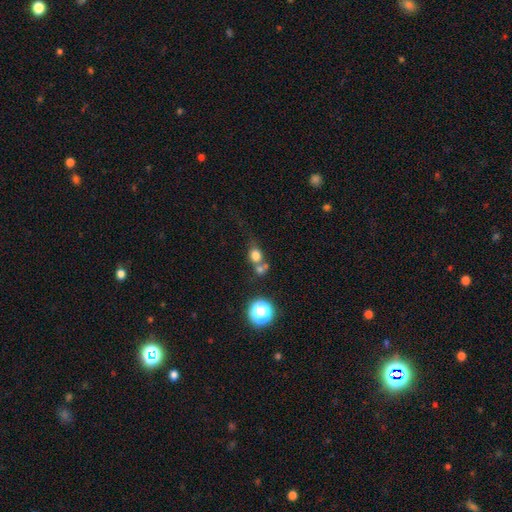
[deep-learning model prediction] smooth 73%, star or artifact 16%, featured or disk 11%. Down the decision tree: how rounded — round (65%); merging — merger (44%).